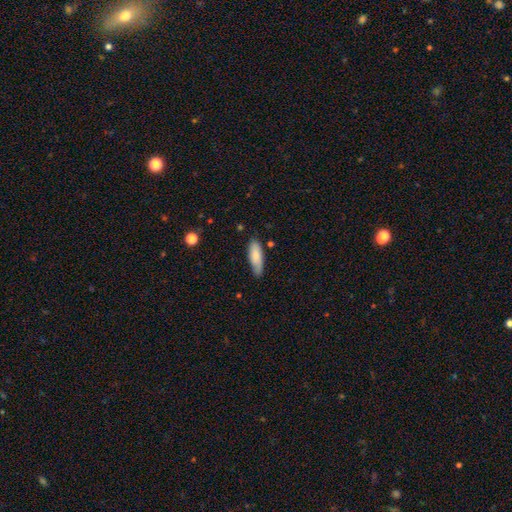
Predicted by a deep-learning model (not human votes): Smooth or featured? smooth (80%)
How rounded? in between (55%)
Merging? none (75%)